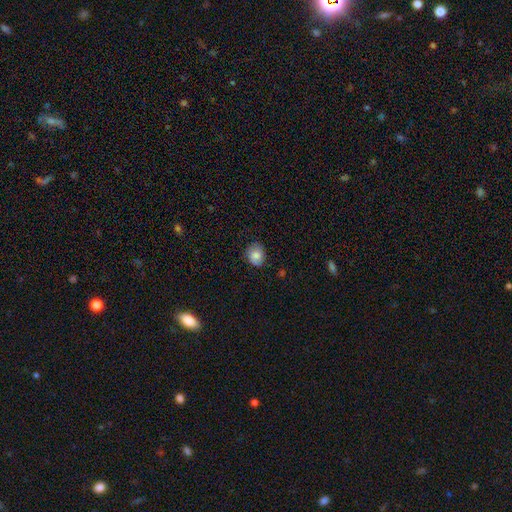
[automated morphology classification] Smooth or featured? Predicted: smooth (p=0.81). How rounded? Predicted: round (p=0.60). Merging? Predicted: none (p=0.78).